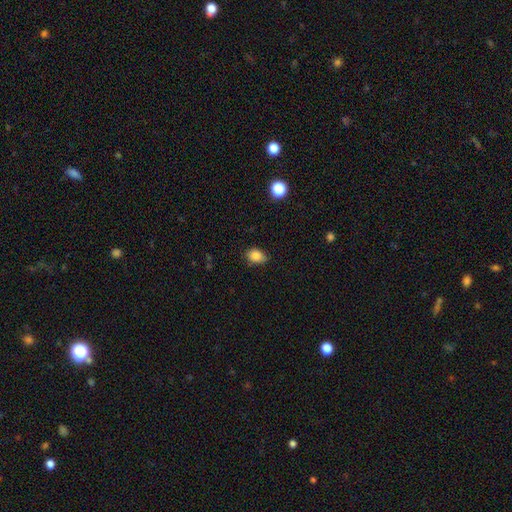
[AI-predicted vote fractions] Overall: smooth (86%). How rounded: in between (70%). Merging: none (75%).